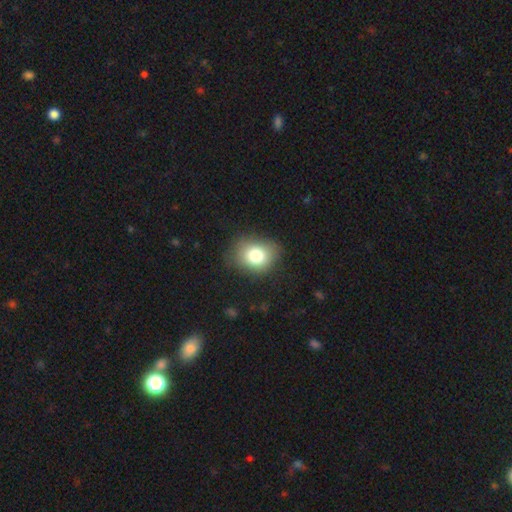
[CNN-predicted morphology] Overall: smooth (79%). How rounded: in between (53%; round 47%). Merging: none (74%).